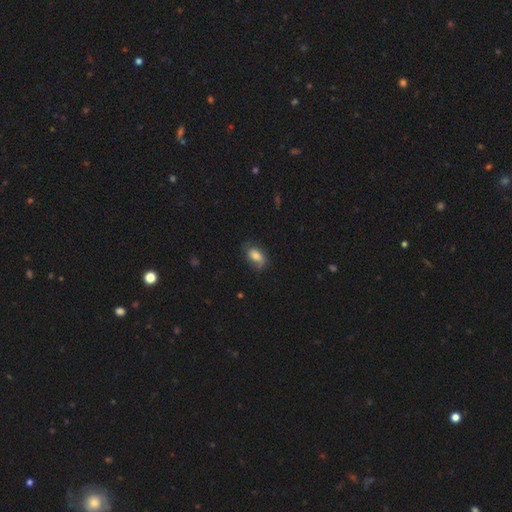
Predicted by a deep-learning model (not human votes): This appears to be a smooth galaxy with no disk features (64%) that is in between round and cigar-shaped (88%). Merging: none (59%).